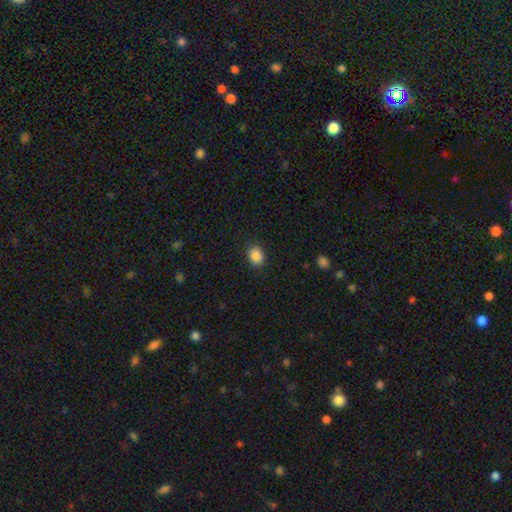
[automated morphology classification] A smooth galaxy with no disk features (88%) that is round (54%). Merging: none (88%).